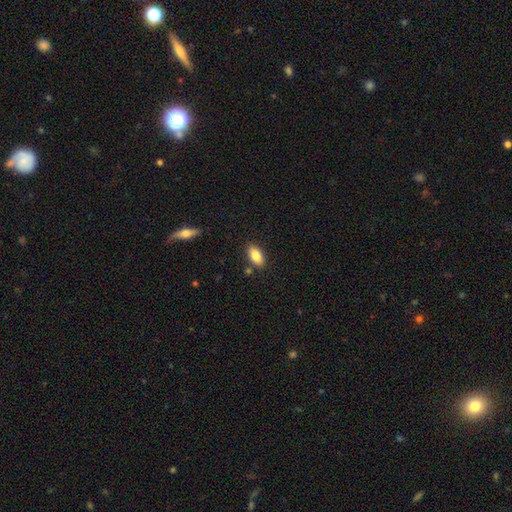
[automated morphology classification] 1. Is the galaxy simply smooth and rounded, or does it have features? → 84% smooth, 9% featured or disk, 7% star or artifact.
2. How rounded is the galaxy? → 91% in between, 5% cigar-shaped, 3% round.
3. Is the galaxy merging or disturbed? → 83% none, 11% minor disturbance, 4% merger, 2% major disturbance.